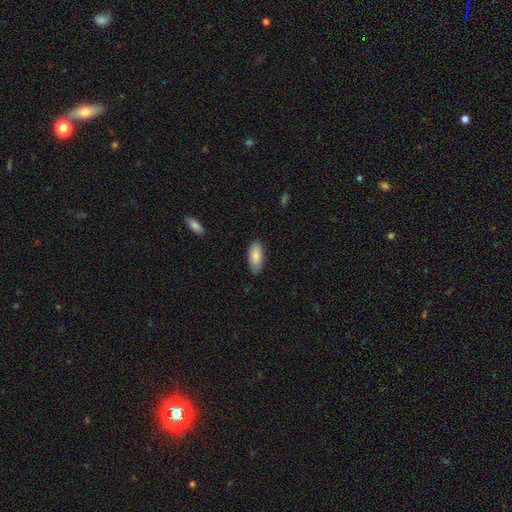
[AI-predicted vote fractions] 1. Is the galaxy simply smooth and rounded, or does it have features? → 87% smooth, 8% featured or disk, 6% star or artifact.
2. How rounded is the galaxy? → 88% in between, 11% cigar-shaped, 2% round.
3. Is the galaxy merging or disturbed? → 84% none, 12% minor disturbance, 2% major disturbance, 1% merger.